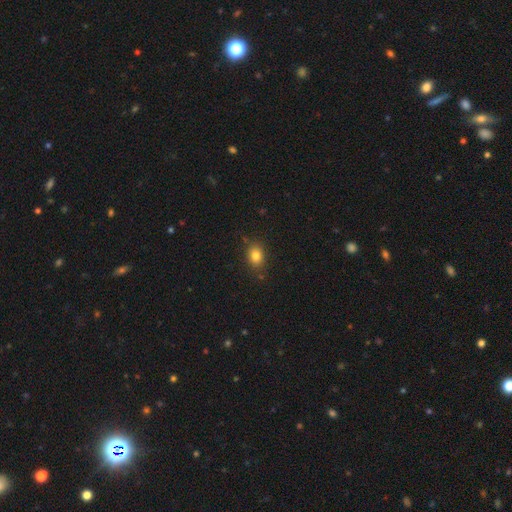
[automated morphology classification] This appears to be a smooth galaxy with no disk features (82%) that is in between round and cigar-shaped (63%). Merging: none (83%).